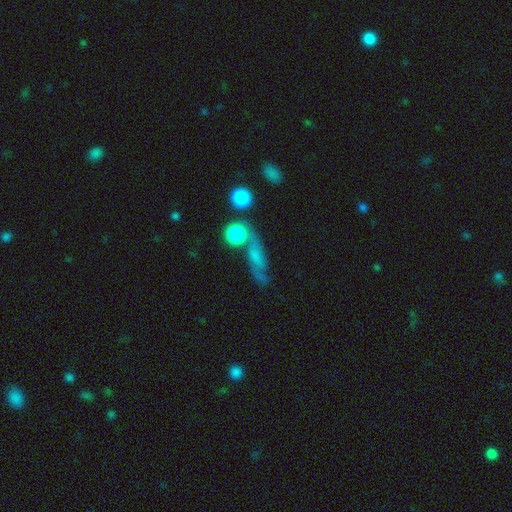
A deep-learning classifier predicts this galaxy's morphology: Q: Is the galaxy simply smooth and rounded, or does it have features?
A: featured or disk — 46%.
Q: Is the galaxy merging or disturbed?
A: none — 52%.